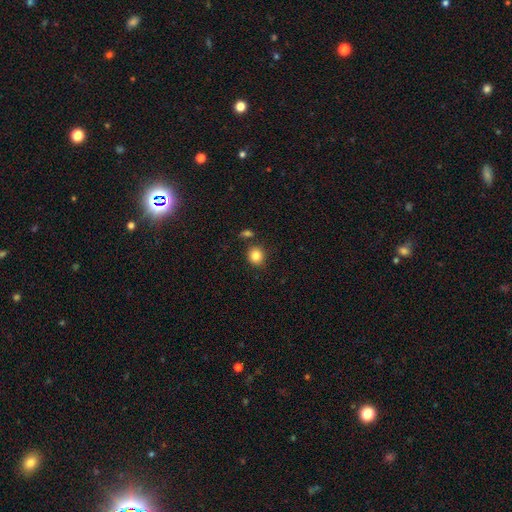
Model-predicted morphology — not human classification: Smooth or featured?
  - smooth: 84% *
  - star or artifact: 10%
  - featured or disk: 6%
How rounded?
  - round: 82% *
  - in between: 17%
  - cigar-shaped: 1%
Merging?
  - none: 80% *
  - minor disturbance: 10%
  - merger: 7%
  - major disturbance: 3%